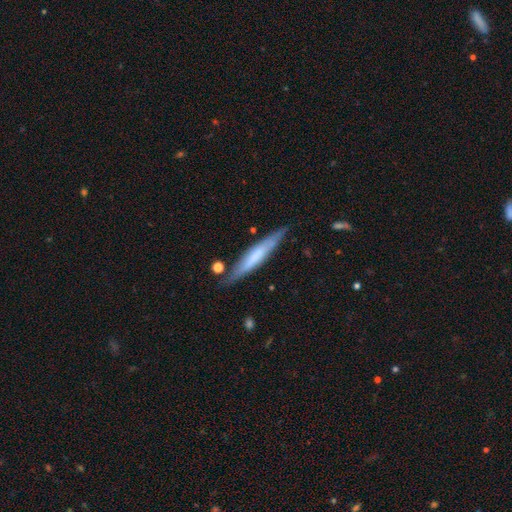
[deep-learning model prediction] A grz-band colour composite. It shows a smooth galaxy with no disk features (51%) that is cigar-shaped (92%). Merging: none (80%).